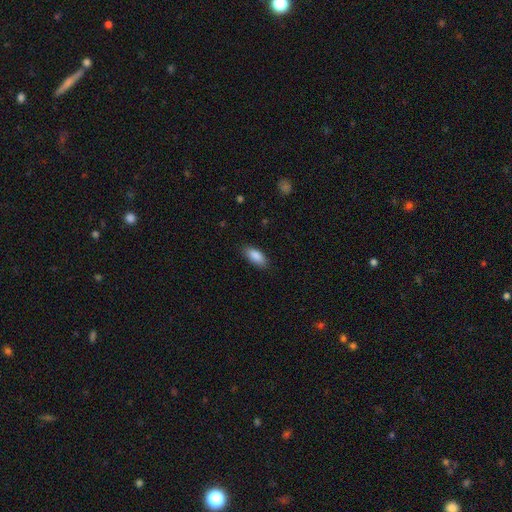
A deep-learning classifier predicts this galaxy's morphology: Smooth or featured?
  - smooth: 89% *
  - star or artifact: 6%
  - featured or disk: 5%
How rounded?
  - in between: 86% *
  - cigar-shaped: 12%
  - round: 2%
Merging?
  - none: 84% *
  - minor disturbance: 12%
  - major disturbance: 3%
  - merger: 1%